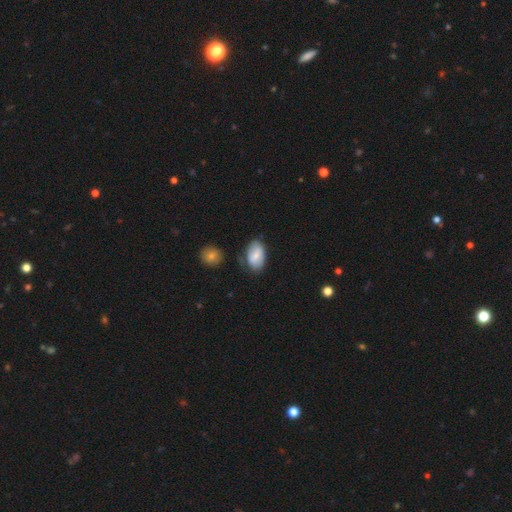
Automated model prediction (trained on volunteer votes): The model was most divided on "merging": none: 62%, minor disturbance: 25%, major disturbance: 7%, merger: 6%. More confident: how rounded — in between (92%); smooth or featured — smooth (73%).